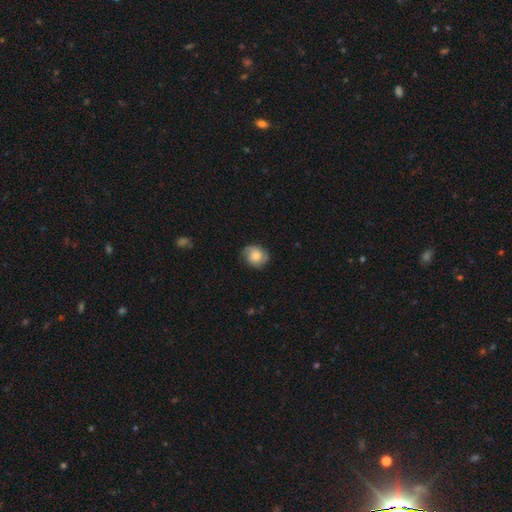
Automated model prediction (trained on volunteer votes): Smooth or featured: featured or disk — 48% (smooth — 44%)
Merging: none — 76% (minor disturbance — 18%)